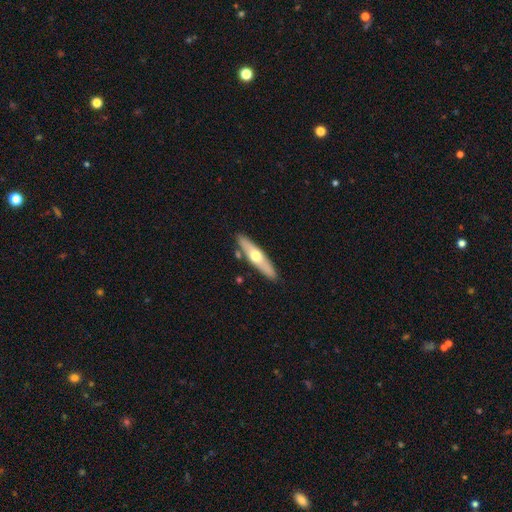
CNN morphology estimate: This is possibly a featured or disk galaxy (49%). Merging: clearly none (85%).